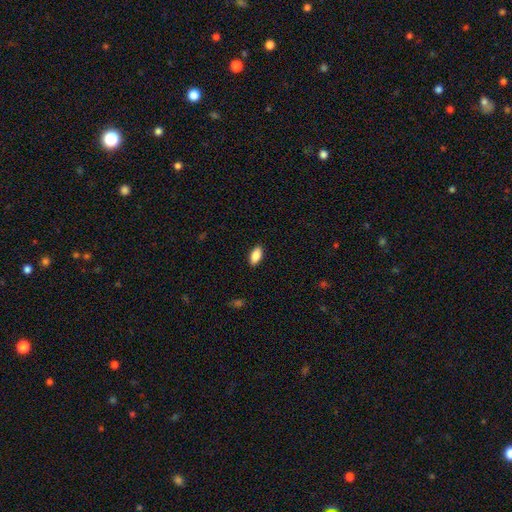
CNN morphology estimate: type=smooth (87%); roundness=in between (91%); merging=none (89%).